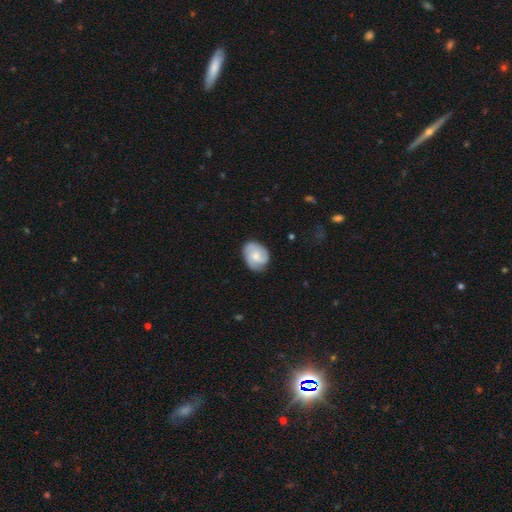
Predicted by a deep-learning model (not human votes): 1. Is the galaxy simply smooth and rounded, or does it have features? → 58% featured or disk, 36% smooth, 6% star or artifact.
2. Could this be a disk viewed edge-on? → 97% no, 3% yes.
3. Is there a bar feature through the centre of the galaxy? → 71% no, 26% weak, 4% strong.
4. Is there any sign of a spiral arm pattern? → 91% yes, 9% no.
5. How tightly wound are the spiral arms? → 42% medium (tied), 42% tight (tied), 16% loose.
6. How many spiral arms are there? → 44% 3, 27% 2, 17% can't tell, 5% 4, 4% 1, 3% more than 4.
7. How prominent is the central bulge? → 51% moderate, 39% small, 5% large, 4% none, 1% dominant.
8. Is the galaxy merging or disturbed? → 73% none, 20% minor disturbance, 5% major disturbance, 1% merger.